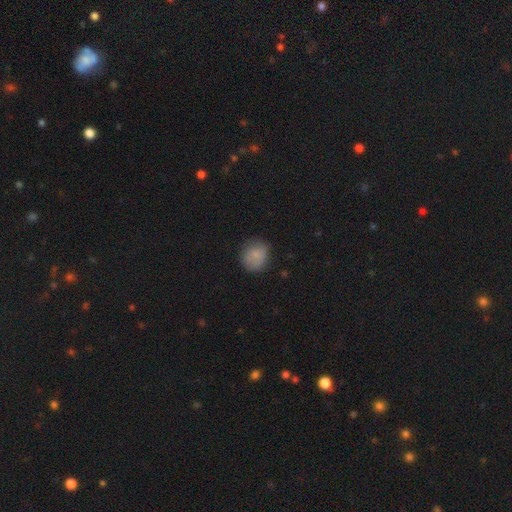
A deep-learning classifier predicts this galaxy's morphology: Overall: smooth (78%). How rounded: round (79%). Merging: none (71%).